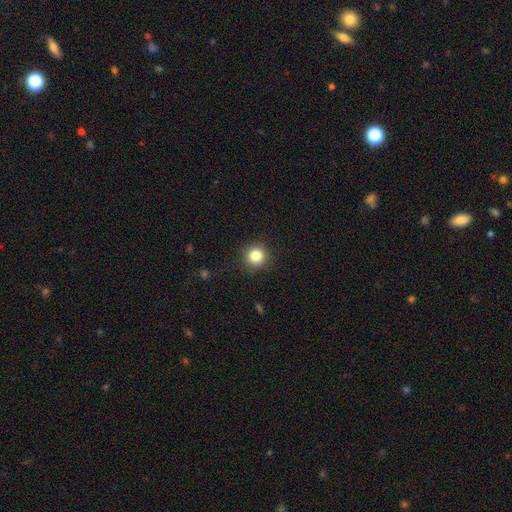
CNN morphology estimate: Overall: smooth (83%). How rounded: round (94%). Merging: none (90%).